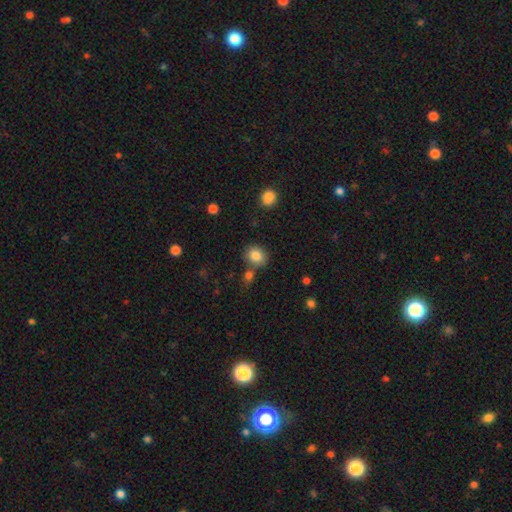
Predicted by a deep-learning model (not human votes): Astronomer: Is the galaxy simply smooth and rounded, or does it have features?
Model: smooth — 83%.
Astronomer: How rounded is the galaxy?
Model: round — 65%.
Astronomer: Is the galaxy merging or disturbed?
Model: none — 71%.